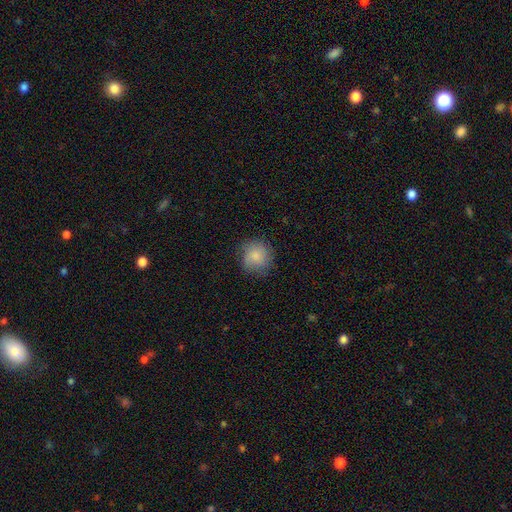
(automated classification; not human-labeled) A smooth galaxy with no disk features (82%) that is round (90%).

Vote fractions:
- Smooth or featured? smooth: 82% / featured or disk: 10% / star or artifact: 8%
- How rounded? round: 90% / in between: 9% / cigar-shaped: 1%
- Merging? none: 75% / minor disturbance: 19% / major disturbance: 5% / merger: 1%